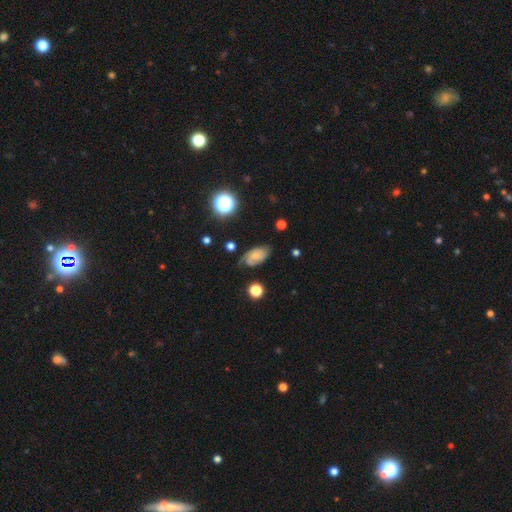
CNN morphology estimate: Smooth or featured? featured or disk (50%)
Edge-on disk? no (94%)
Merging? none (63%)